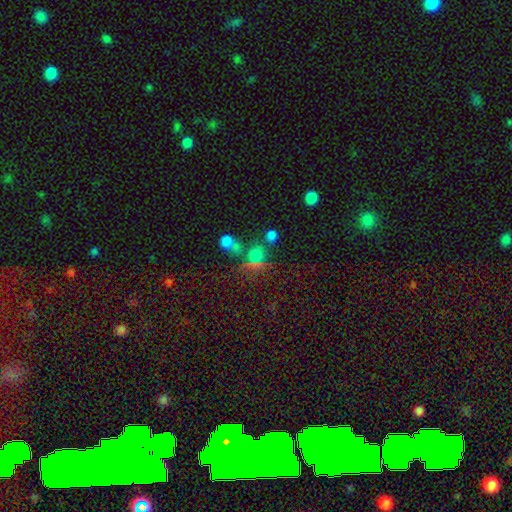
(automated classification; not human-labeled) Smooth or featured? Predicted: smooth (p=0.52). How rounded? Predicted: round (p=0.79). Merging? Predicted: none (p=0.55).